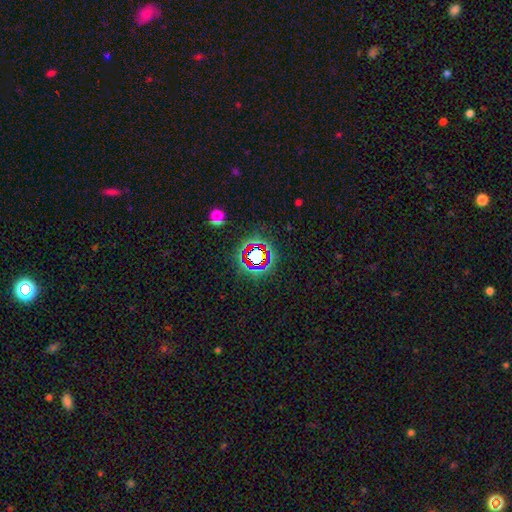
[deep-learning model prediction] smooth-or-featured: star or artifact: 68% | smooth: 19% | featured or disk: 13%